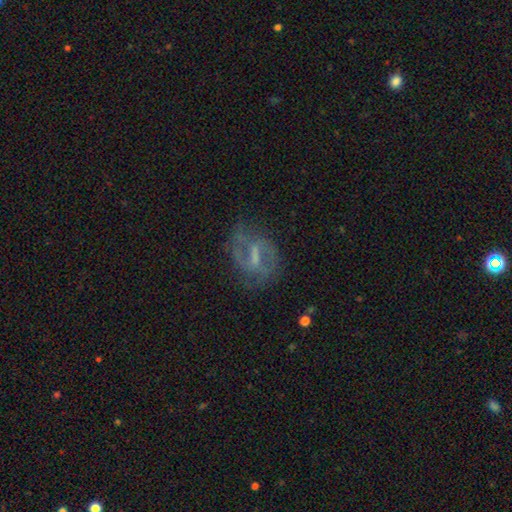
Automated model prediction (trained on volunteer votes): Morphology: type=featured or disk (76%); edge-on=no (96%); bar=weak (50%); spiral arms=yes (85%); winding=medium (49%); arm count=2 (78%); bulge=none (38%); merging=none (64%).